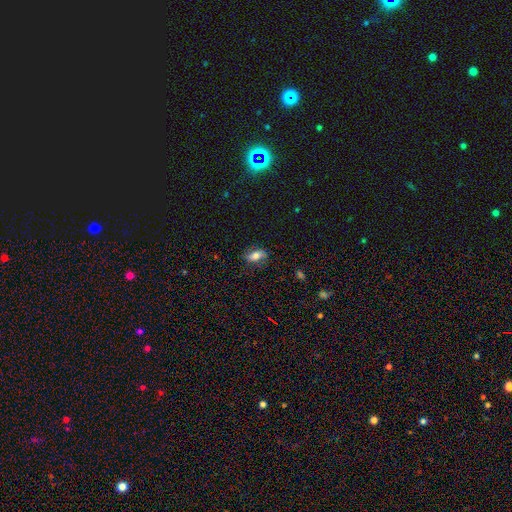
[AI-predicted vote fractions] Smooth or featured?
  - smooth: 71% *
  - featured or disk: 20%
  - star or artifact: 9%
How rounded?
  - in between: 85% *
  - cigar-shaped: 9%
  - round: 6%
Merging?
  - none: 77% *
  - minor disturbance: 17%
  - major disturbance: 5%
  - merger: 1%